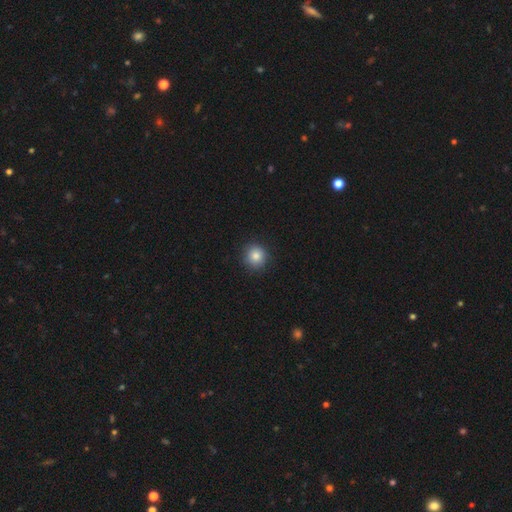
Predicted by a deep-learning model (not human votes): Smooth or featured? smooth (84%)
How rounded? round (92%)
Merging? none (90%)